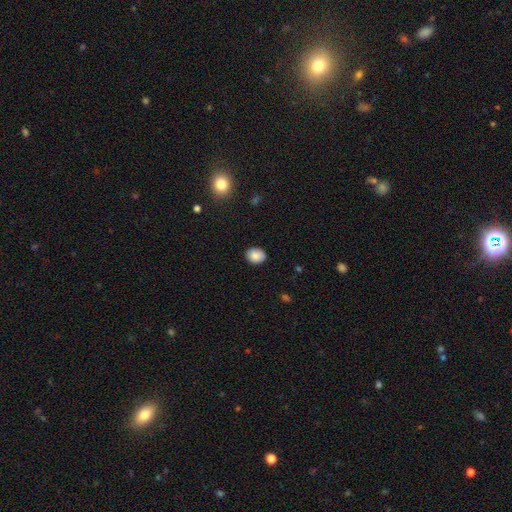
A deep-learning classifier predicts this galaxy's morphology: type=smooth (87%); roundness=round (52%); merging=none (88%).